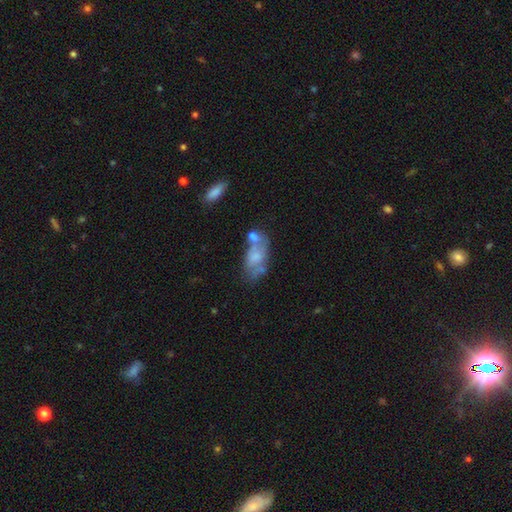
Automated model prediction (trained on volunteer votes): This appears to be a smooth galaxy with no disk features (48%). Merging: none (34%).